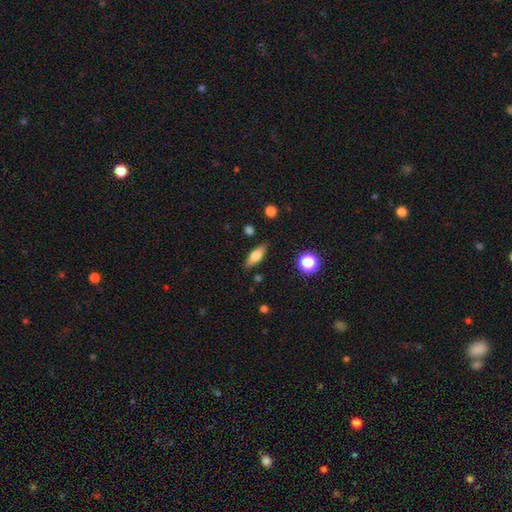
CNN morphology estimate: Smooth or featured: smooth — 65% (featured or disk — 27%)
How rounded: in between — 63% (cigar-shaped — 33%)
Merging: none — 86% (minor disturbance — 10%)